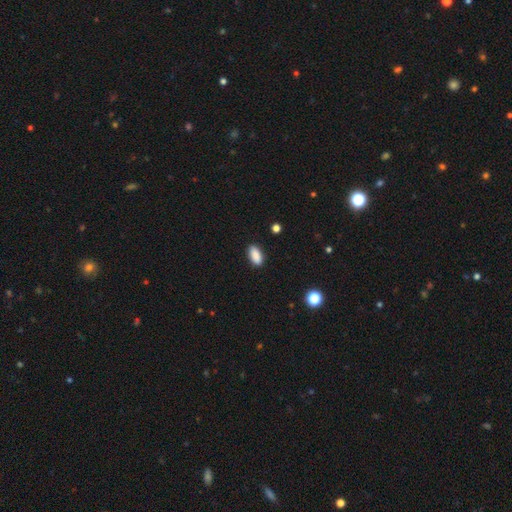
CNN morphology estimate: Smooth or featured?
  - smooth: 89% *
  - star or artifact: 8%
  - featured or disk: 4%
How rounded?
  - in between: 90% *
  - cigar-shaped: 7%
  - round: 3%
Merging?
  - none: 88% *
  - minor disturbance: 9%
  - major disturbance: 2%
  - merger: 1%